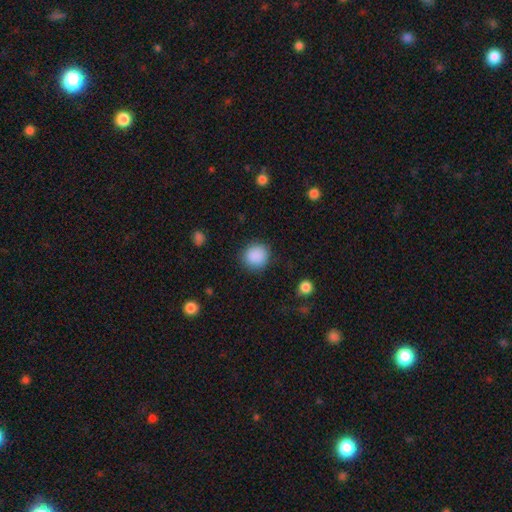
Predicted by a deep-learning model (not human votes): A smooth galaxy with no disk features (88%) that is round (88%).

Vote fractions:
- Smooth or featured? smooth: 88% / star or artifact: 9% / featured or disk: 3%
- How rounded? round: 88% / in between: 11% / cigar-shaped: 1%
- Merging? none: 87% / minor disturbance: 8% / major disturbance: 3% / merger: 1%